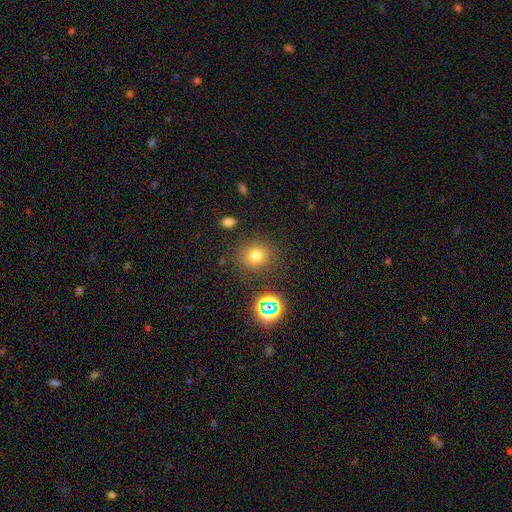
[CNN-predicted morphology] smooth-or-featured: smooth: 73% | star or artifact: 19% | featured or disk: 8%
  how-rounded: round: 78% | in between: 21% | cigar-shaped: 1%
  merging: none: 83% | minor disturbance: 10% | major disturbance: 4% | merger: 3%